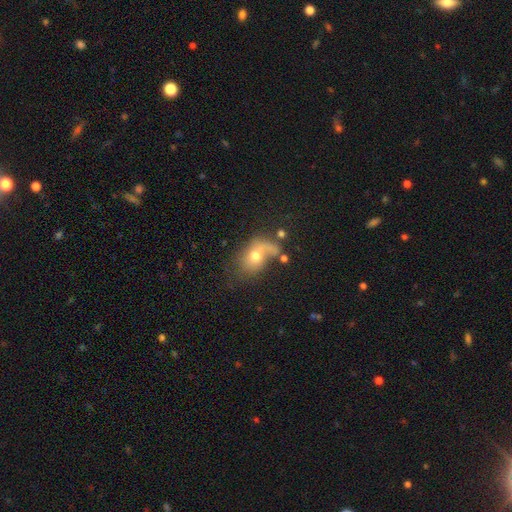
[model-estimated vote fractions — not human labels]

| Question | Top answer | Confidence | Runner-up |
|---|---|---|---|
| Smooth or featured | smooth | 57% | featured or disk (32%) |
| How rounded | in between | 71% | round (26%) |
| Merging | major disturbance | 33% | none (30%) |